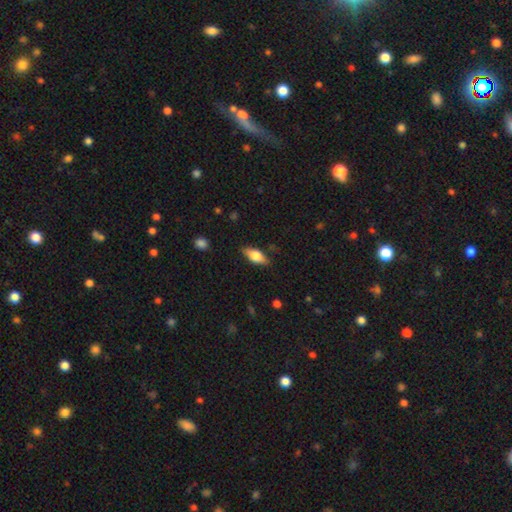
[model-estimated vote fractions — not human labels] Smooth or featured?
  - smooth: 66% *
  - featured or disk: 28%
  - star or artifact: 7%
How rounded?
  - in between: 80% *
  - cigar-shaped: 16%
  - round: 4%
Merging?
  - none: 82% *
  - minor disturbance: 14%
  - major disturbance: 3%
  - merger: 1%